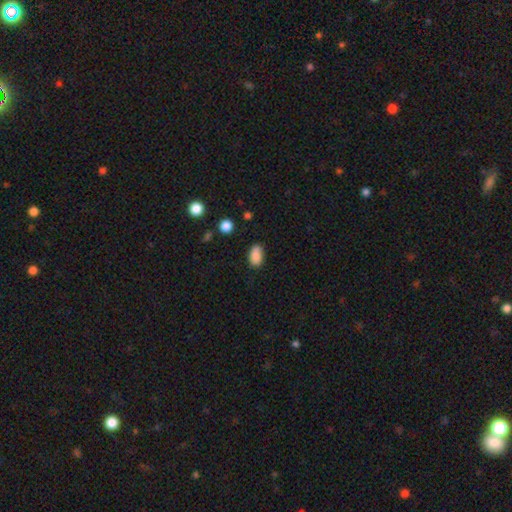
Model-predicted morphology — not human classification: type=smooth (87%); roundness=in between (91%); merging=none (76%).